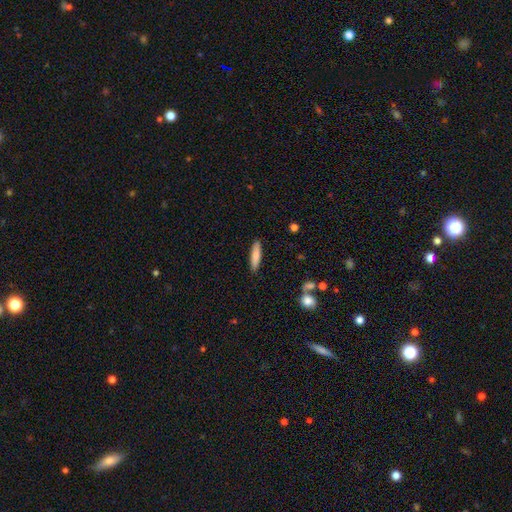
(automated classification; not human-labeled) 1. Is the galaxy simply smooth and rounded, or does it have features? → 81% smooth, 13% featured or disk, 6% star or artifact.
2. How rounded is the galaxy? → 78% cigar-shaped, 21% in between, 1% round.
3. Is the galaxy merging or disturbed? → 89% none, 8% minor disturbance, 2% major disturbance, 2% merger.